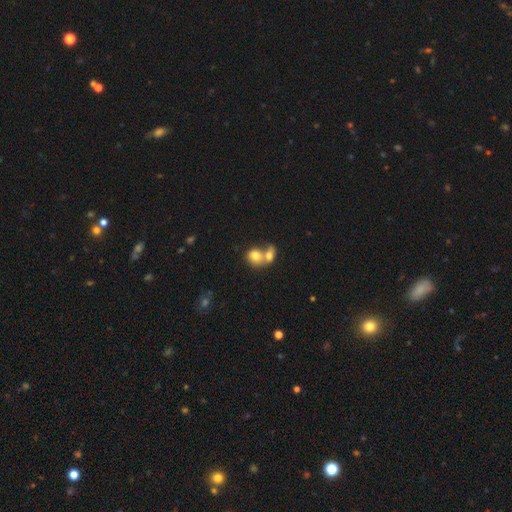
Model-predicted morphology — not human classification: The model was most divided on "how rounded": round: 62%, in between: 37%, cigar-shaped: 1%. More confident: smooth or featured — smooth (75%); merging — merger (69%).